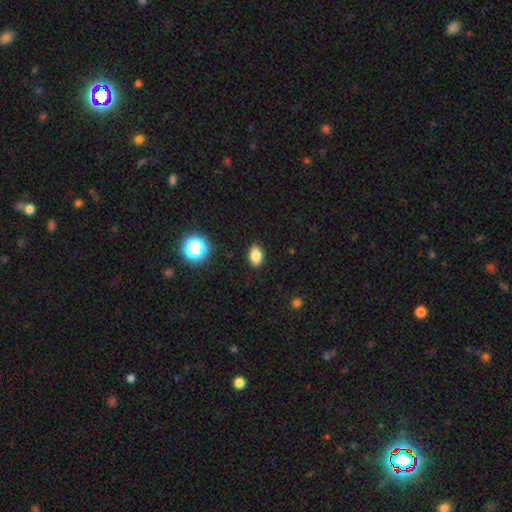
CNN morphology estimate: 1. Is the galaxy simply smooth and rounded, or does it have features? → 82% smooth, 12% star or artifact, 6% featured or disk.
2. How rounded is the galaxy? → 83% in between, 16% round, 2% cigar-shaped.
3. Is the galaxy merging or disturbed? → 89% none, 8% minor disturbance, 2% major disturbance, 1% merger.